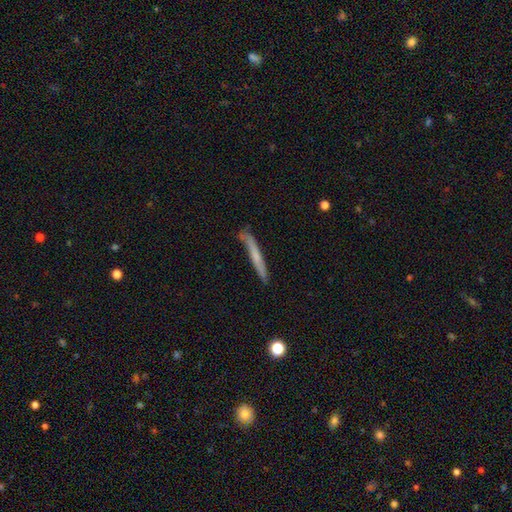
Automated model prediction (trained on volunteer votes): smooth-or-featured: smooth: 55% | featured or disk: 38% | star or artifact: 6%
  how-rounded: cigar-shaped: 96% | in between: 3% | round: 1%
  merging: none: 77% | minor disturbance: 17% | major disturbance: 4% | merger: 3%